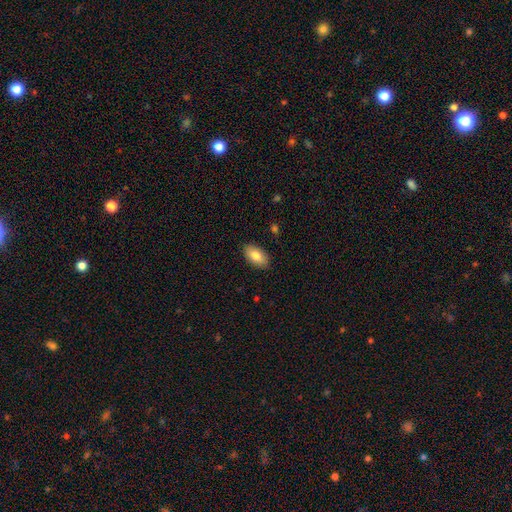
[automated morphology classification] This is clearly a smooth galaxy (83%). How rounded: clearly in between (94%). Merging: clearly none (88%).